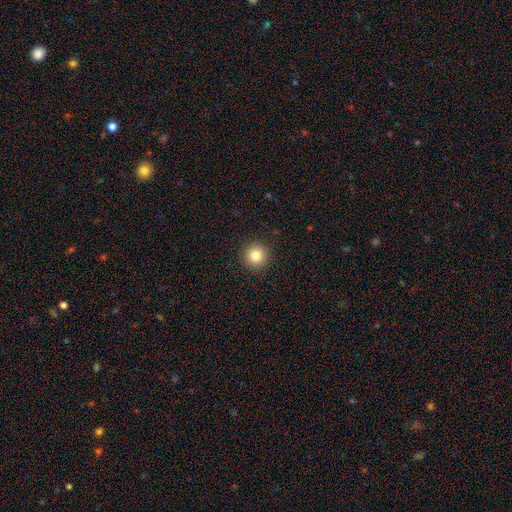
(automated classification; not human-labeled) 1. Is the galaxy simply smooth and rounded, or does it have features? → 82% smooth, 11% star or artifact, 7% featured or disk.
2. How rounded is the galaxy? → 95% round, 4% in between, 1% cigar-shaped.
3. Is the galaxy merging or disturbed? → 93% none, 5% minor disturbance, 2% major disturbance, 1% merger.